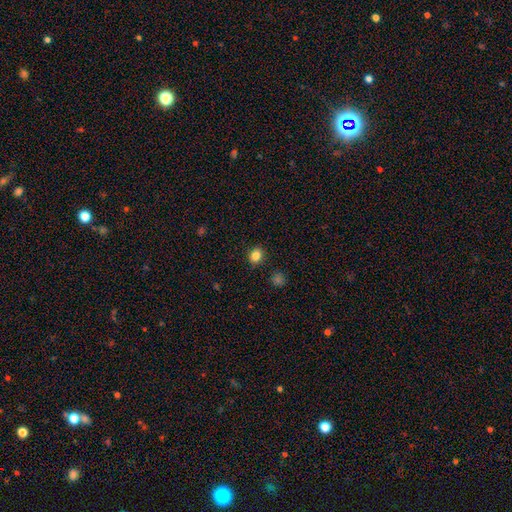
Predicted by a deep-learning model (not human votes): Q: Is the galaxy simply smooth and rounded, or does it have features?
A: smooth — 84%.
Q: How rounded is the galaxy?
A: round — 64%.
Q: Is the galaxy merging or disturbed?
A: none — 90%.